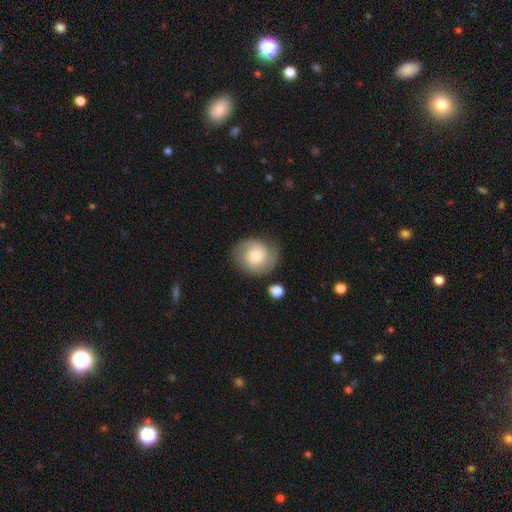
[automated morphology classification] This appears to be a smooth galaxy with no disk features (50%). Merging: none (72%).